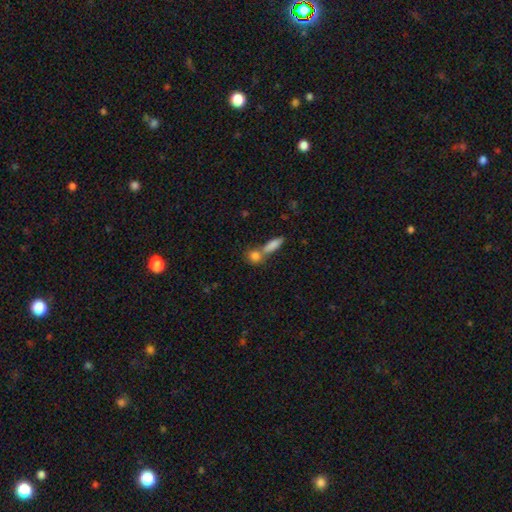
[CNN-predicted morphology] Smooth or featured: smooth — 81% (featured or disk — 10%)
How rounded: in between — 44% (round — 43%)
Merging: none — 44% (tied with merger — 44%)